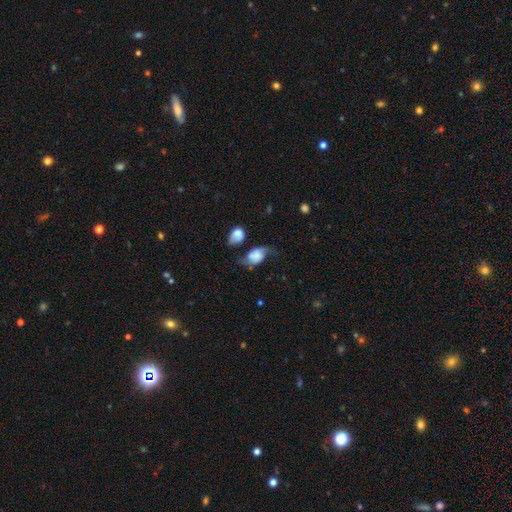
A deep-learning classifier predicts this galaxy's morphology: Smooth or featured? Predicted: smooth (p=0.49). Merging? Predicted: none (p=0.37).